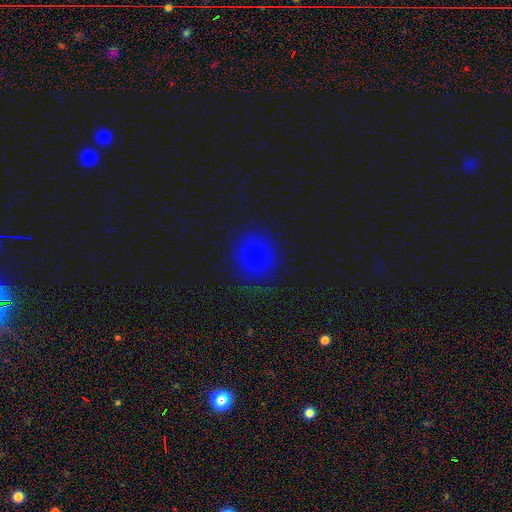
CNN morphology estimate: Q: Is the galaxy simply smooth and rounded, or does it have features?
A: smooth — 79%.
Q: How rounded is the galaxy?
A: round — 87%.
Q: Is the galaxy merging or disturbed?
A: none — 81%.